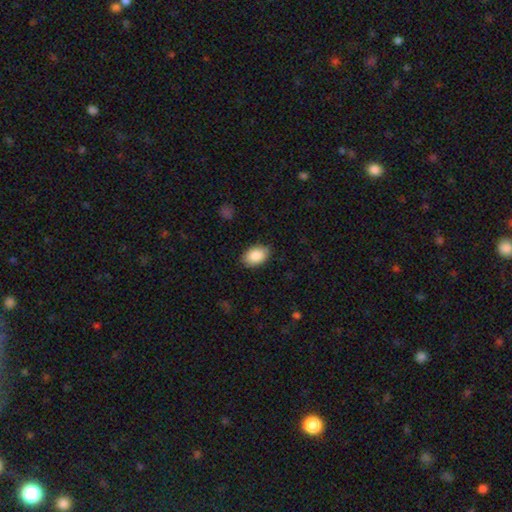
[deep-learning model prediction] Smooth or featured?
  - smooth: 88% *
  - star or artifact: 7%
  - featured or disk: 5%
How rounded?
  - in between: 90% *
  - round: 9%
  - cigar-shaped: 1%
Merging?
  - none: 87% *
  - minor disturbance: 10%
  - major disturbance: 2%
  - merger: 1%